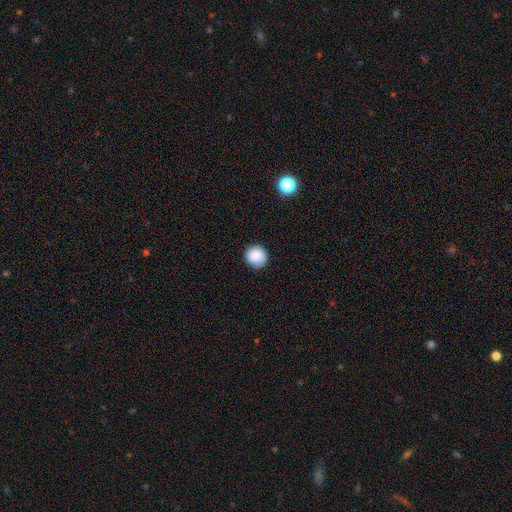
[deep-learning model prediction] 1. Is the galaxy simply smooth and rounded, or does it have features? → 87% smooth, 8% star or artifact, 5% featured or disk.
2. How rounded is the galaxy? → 92% round, 7% in between, 1% cigar-shaped.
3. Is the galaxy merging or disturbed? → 88% none, 9% minor disturbance, 2% major disturbance, 1% merger.